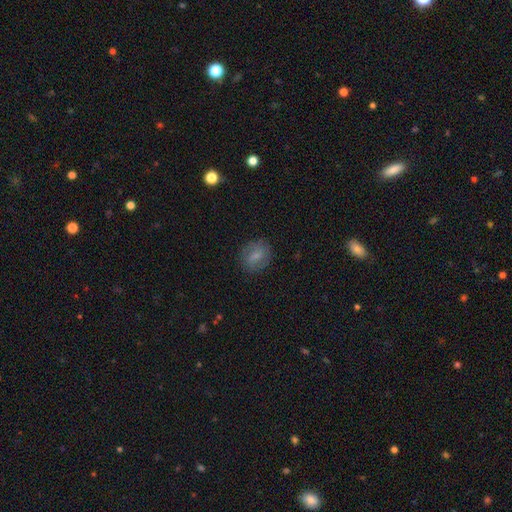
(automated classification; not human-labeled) The model was most divided on "how rounded": round: 58%, in between: 40%, cigar-shaped: 2%. More confident: merging — none (82%); smooth or featured — smooth (61%).